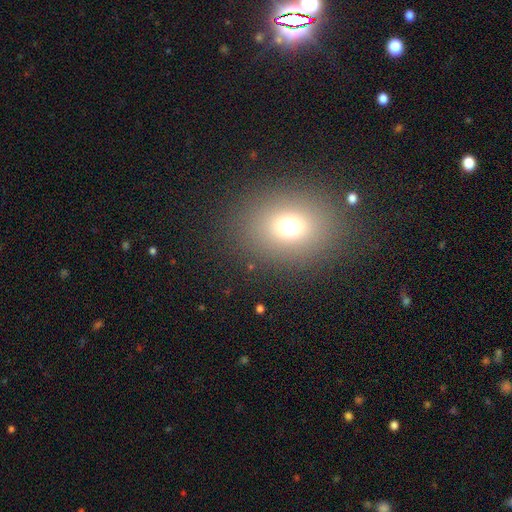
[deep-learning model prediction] This is likely a smooth galaxy (64%). How rounded: possibly in between (54%). Merging: clearly none (89%).